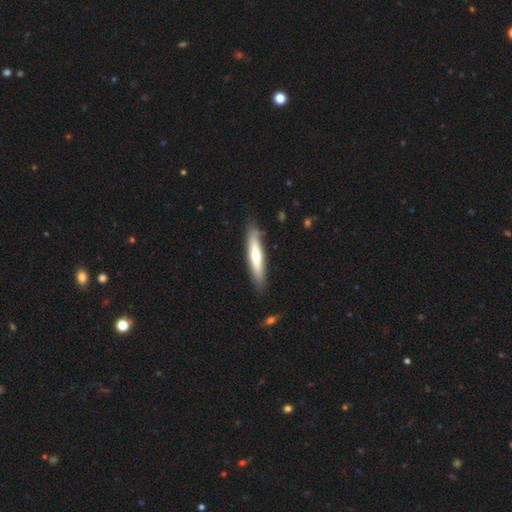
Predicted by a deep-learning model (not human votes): Morphology: type=smooth (55%); roundness=cigar-shaped (84%); merging=none (84%).